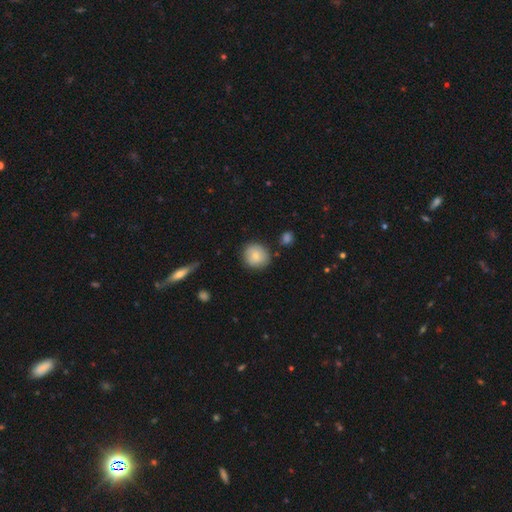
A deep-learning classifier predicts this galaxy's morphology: This appears to be a smooth galaxy with no disk features (78%) that is round (88%). Merging: none (81%).